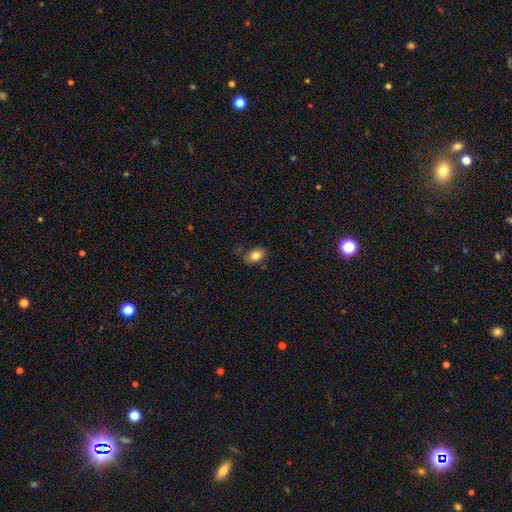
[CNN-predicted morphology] Smooth or featured?
  - smooth: 81% *
  - featured or disk: 11%
  - star or artifact: 9%
How rounded?
  - in between: 81% *
  - round: 17%
  - cigar-shaped: 1%
Merging?
  - none: 74% *
  - minor disturbance: 20%
  - major disturbance: 5%
  - merger: 2%